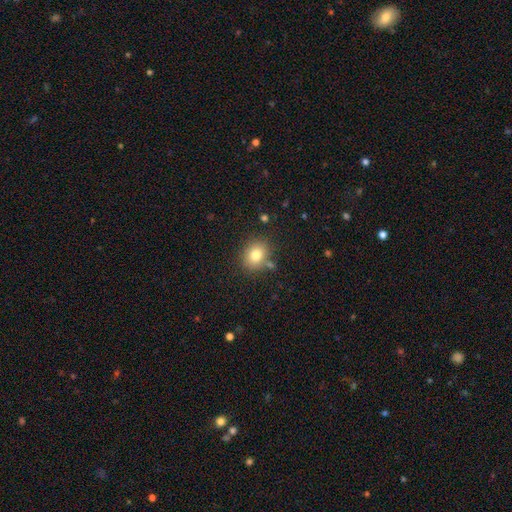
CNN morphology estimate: Smooth or featured? Predicted: smooth (p=0.80). How rounded? Predicted: round (p=0.56). Merging? Predicted: none (p=0.78).